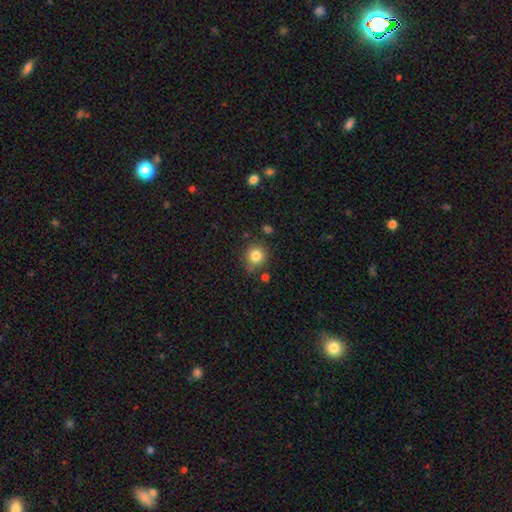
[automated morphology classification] This appears to be a smooth galaxy with no disk features (83%) that is round (88%). Merging: none (77%).